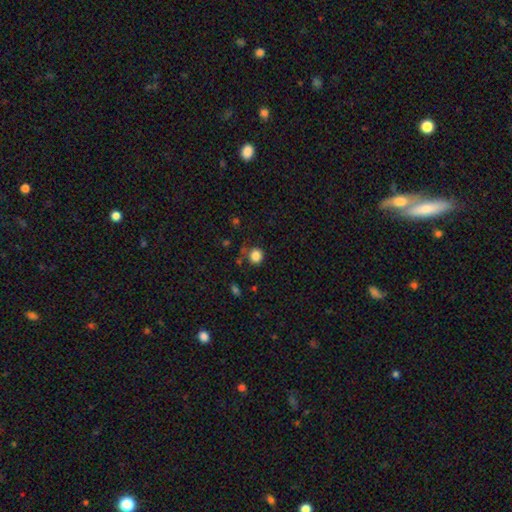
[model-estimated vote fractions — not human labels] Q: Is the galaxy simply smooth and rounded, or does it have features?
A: smooth — 85%.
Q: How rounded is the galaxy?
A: round — 86%.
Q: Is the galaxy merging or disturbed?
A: none — 73%.